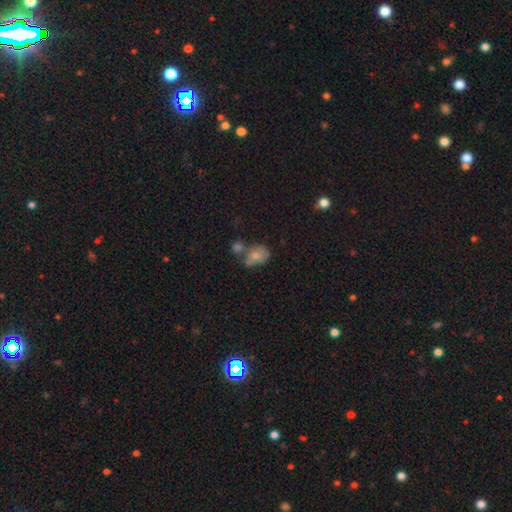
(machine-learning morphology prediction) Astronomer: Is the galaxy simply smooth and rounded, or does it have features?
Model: smooth — 69%.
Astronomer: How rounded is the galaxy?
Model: in between — 68%.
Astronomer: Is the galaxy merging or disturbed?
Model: merger — 41% (runner-up: none, 28%).